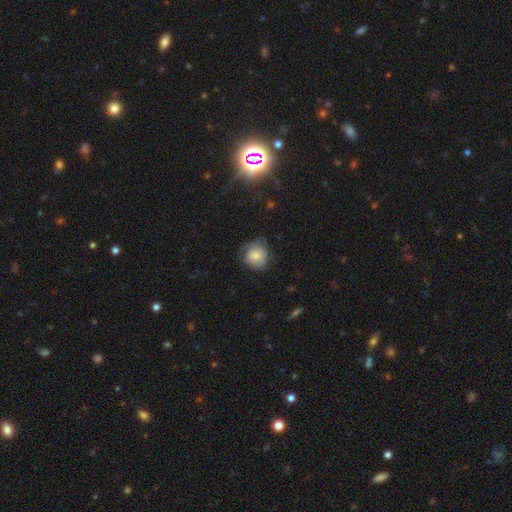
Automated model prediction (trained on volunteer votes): Smooth or featured? Predicted: smooth (p=0.76). How rounded? Predicted: round (p=0.81). Merging? Predicted: none (p=0.55).